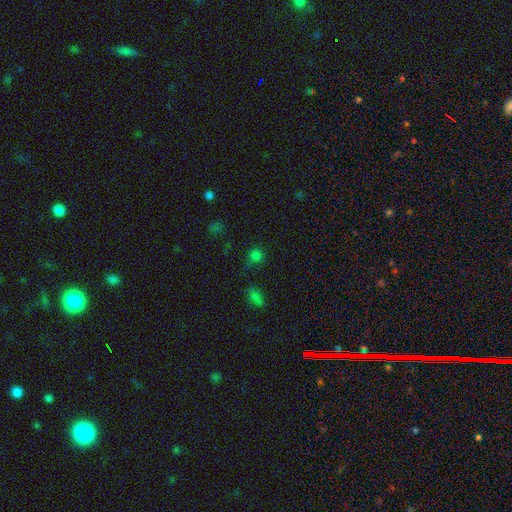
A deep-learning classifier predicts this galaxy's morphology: Overall: smooth (66%; star or artifact 28%). How rounded: round (81%). Merging: none (67%).